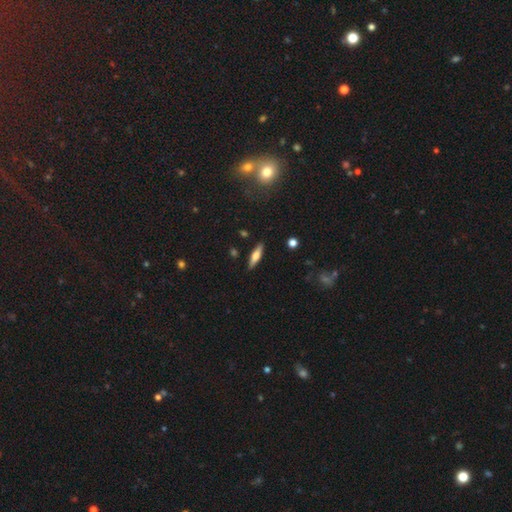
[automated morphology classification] A smooth galaxy with no disk features (49%).

Vote fractions:
- Smooth or featured? smooth: 49% / featured or disk: 44% / star or artifact: 7%
- Merging? none: 87% / minor disturbance: 9% / major disturbance: 2% / merger: 2%